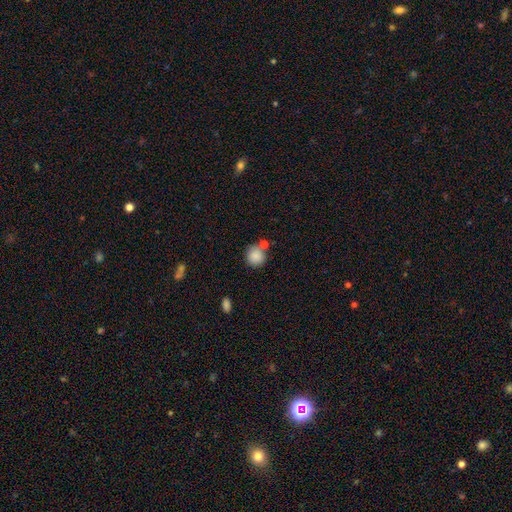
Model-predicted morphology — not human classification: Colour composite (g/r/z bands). It shows a smooth galaxy with no disk features (87%) that is round (89%). Merging: none (69%).